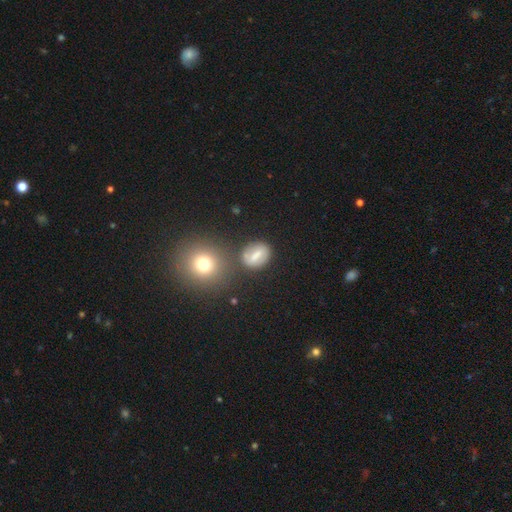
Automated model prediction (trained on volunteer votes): Overall: smooth (61%; featured or disk 29%). How rounded: in between (55%; round 41%). Merging: none (68%).